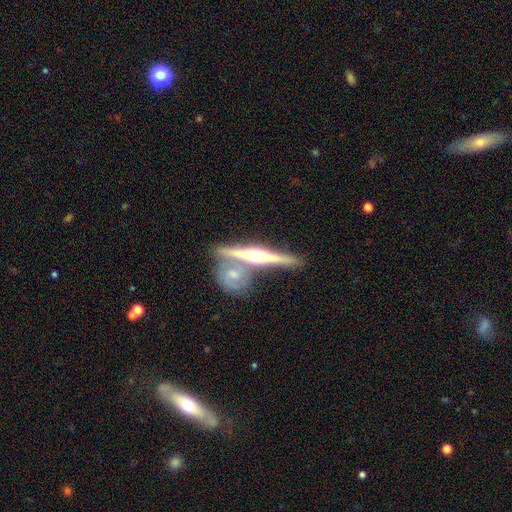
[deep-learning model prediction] smooth_or_featured: featured or disk (p=0.79) [alt: smooth p=0.15]
disk_edge_on: yes (p=0.97) [alt: no p=0.03]
edge_on_bulge: rounded (p=0.92) [alt: boxy p=0.04]
merging: none (p=0.62) [alt: merger p=0.26]